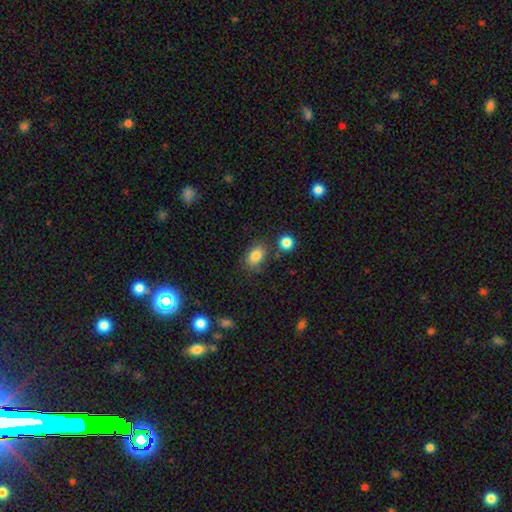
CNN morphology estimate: smooth 84%, star or artifact 9%, featured or disk 7%. Down the decision tree: how rounded — in between (81%); merging — none (74%).